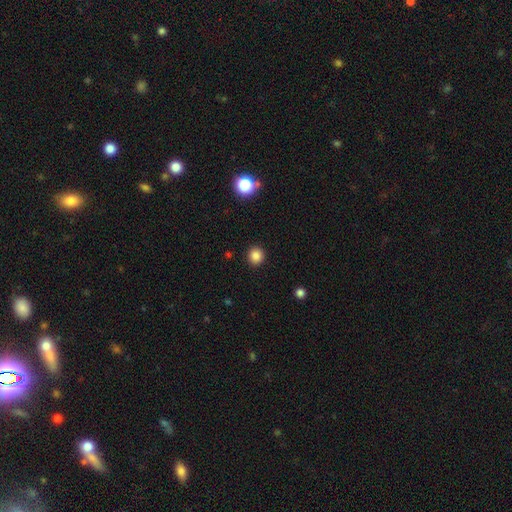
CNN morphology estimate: Overall: smooth (85%). How rounded: round (91%). Merging: none (92%).